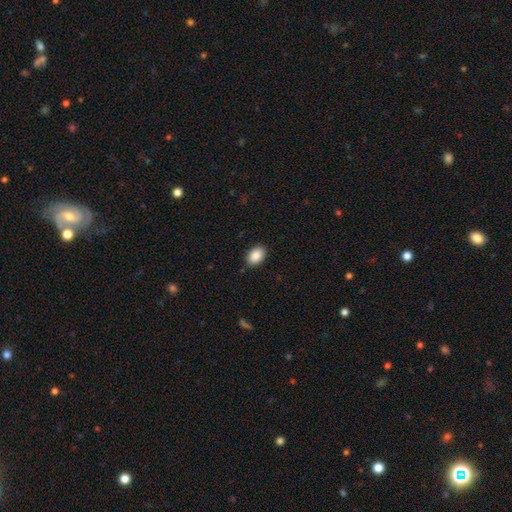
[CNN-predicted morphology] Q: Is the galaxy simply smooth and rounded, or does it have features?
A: smooth — 90%.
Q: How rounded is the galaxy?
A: in between — 85%.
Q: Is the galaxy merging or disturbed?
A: none — 88%.